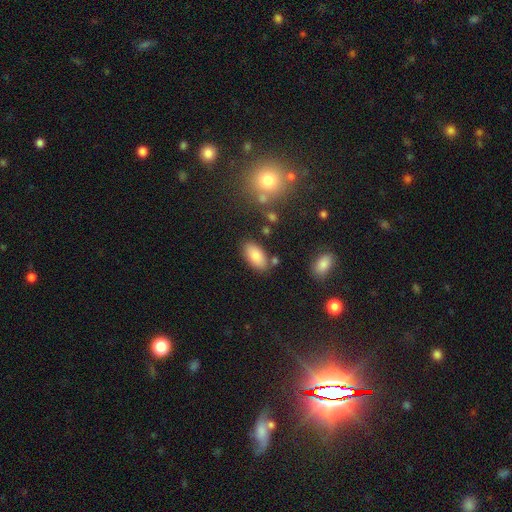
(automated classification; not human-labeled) This is clearly a smooth galaxy (82%). How rounded: clearly in between (93%). Merging: likely none (80%).